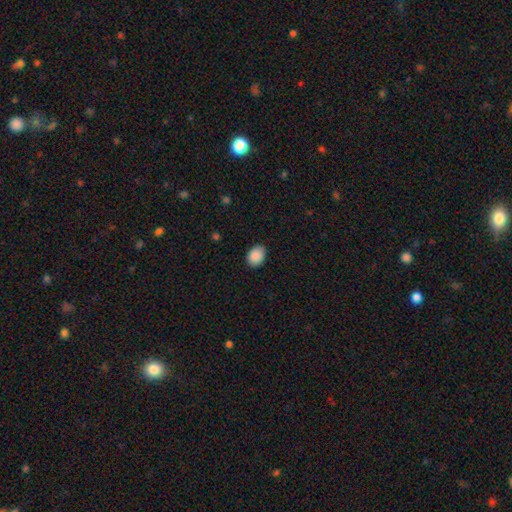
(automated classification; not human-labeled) This appears to be a smooth galaxy with no disk features (90%) that is in between round and cigar-shaped (65%). Merging: none (83%).